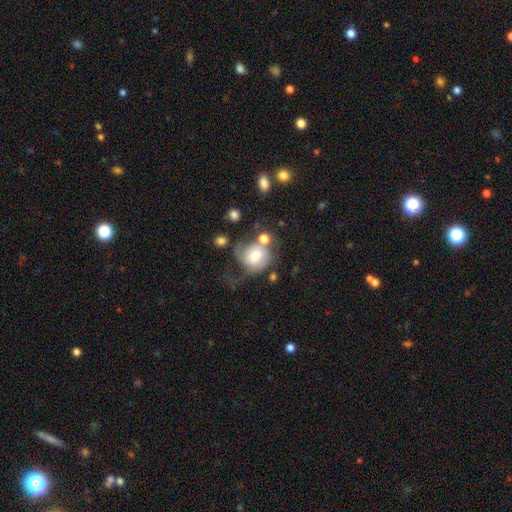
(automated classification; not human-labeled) smooth 53%, featured or disk 38%, star or artifact 9%. Down the decision tree: how rounded — round (70%); merging — none (31%).